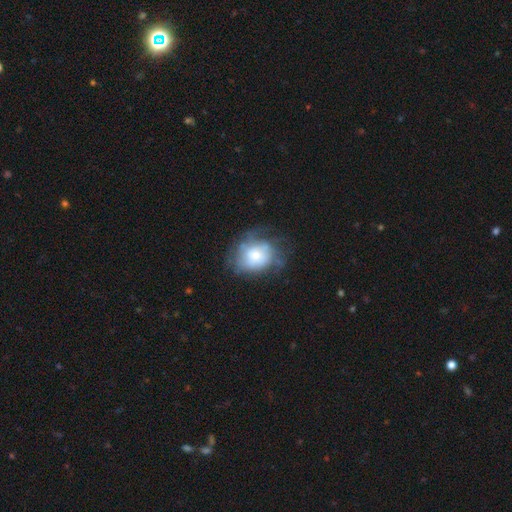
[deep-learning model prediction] Q: Smooth or featured?
A: smooth (46%); runner-up: featured or disk (45%)
Q: Merging?
A: none (49%); runner-up: minor disturbance (27%)